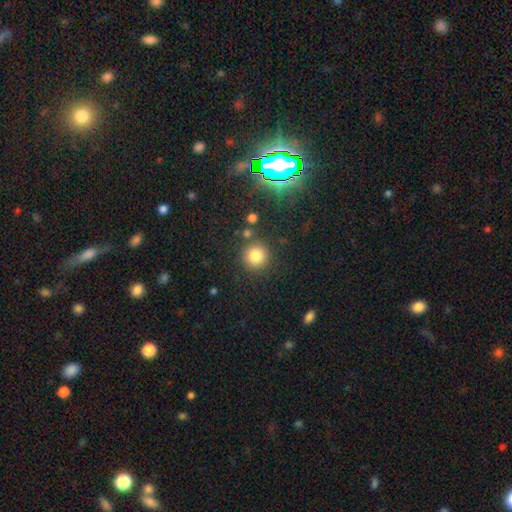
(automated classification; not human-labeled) A smooth galaxy with no disk features (80%) that is round (93%).

Vote fractions:
- Smooth or featured? smooth: 80% / star or artifact: 13% / featured or disk: 6%
- How rounded? round: 93% / in between: 6% / cigar-shaped: 1%
- Merging? none: 84% / minor disturbance: 8% / merger: 5% / major disturbance: 3%